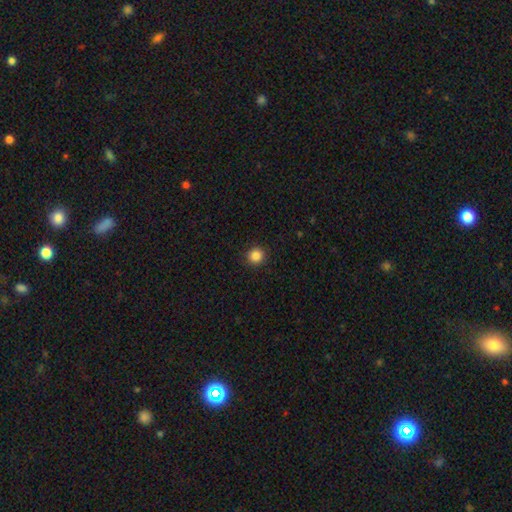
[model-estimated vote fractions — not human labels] Smooth or featured? smooth (86%)
How rounded? round (94%)
Merging? none (92%)